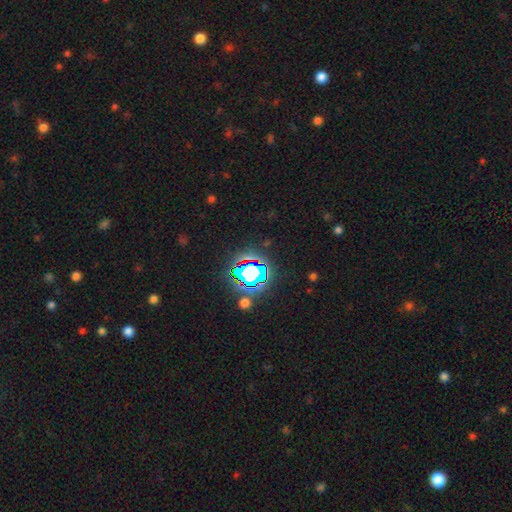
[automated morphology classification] Smooth or featured? star or artifact (84%)